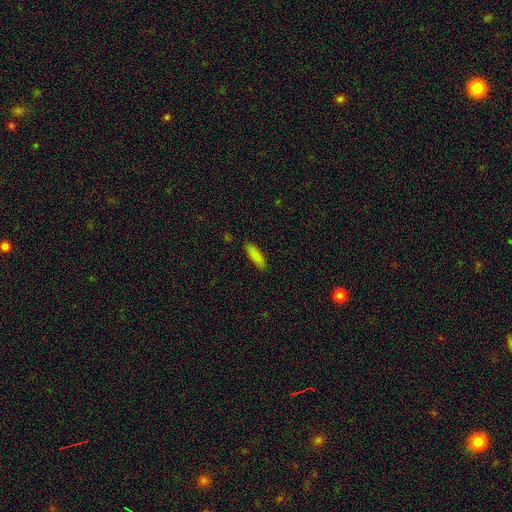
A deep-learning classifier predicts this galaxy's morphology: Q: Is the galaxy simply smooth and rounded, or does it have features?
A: smooth — 86%.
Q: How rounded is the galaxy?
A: cigar-shaped — 53%.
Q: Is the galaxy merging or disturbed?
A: none — 87%.